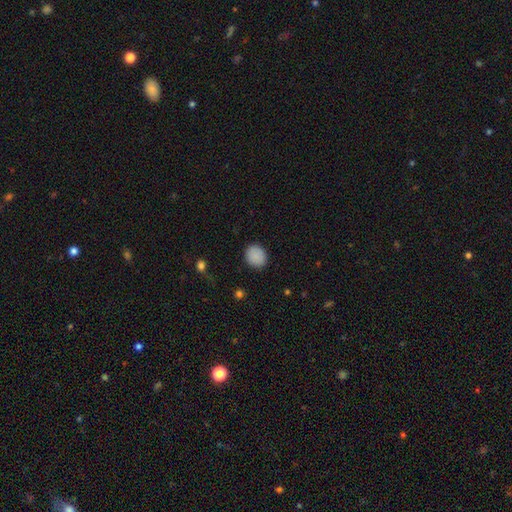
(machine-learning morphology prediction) A smooth galaxy with no disk features (88%) that is round (71%).

Vote fractions:
- Smooth or featured? smooth: 88% / star or artifact: 8% / featured or disk: 4%
- How rounded? round: 71% / in between: 28% / cigar-shaped: 1%
- Merging? none: 87% / minor disturbance: 9% / major disturbance: 3% / merger: 1%